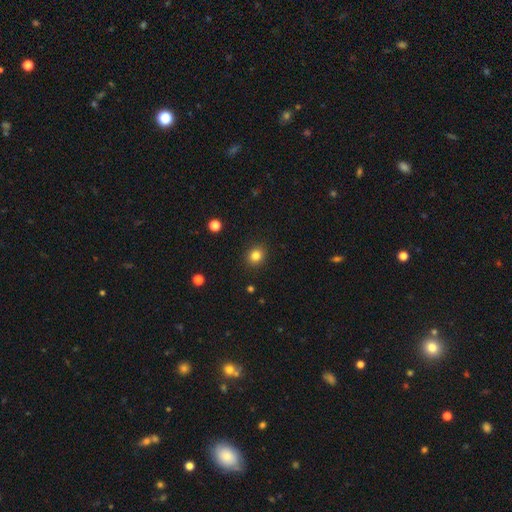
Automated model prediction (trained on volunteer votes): This appears to be a smooth galaxy with no disk features (83%) that is round (75%). Merging: none (90%).